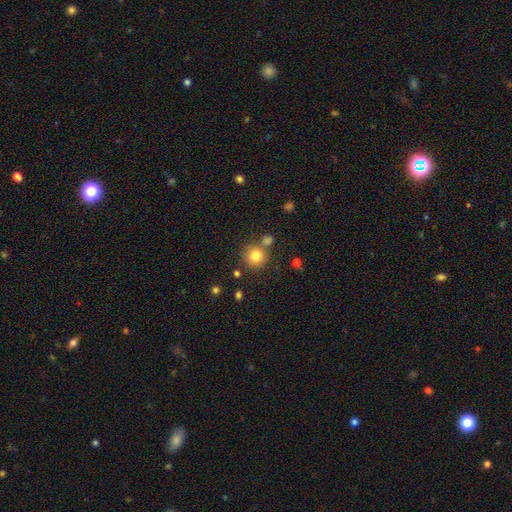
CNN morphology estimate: smooth_or_featured: smooth (p=0.81) [alt: star or artifact p=0.11]
how_rounded: round (p=0.92) [alt: in between p=0.07]
merging: none (p=0.72) [alt: merger p=0.15]